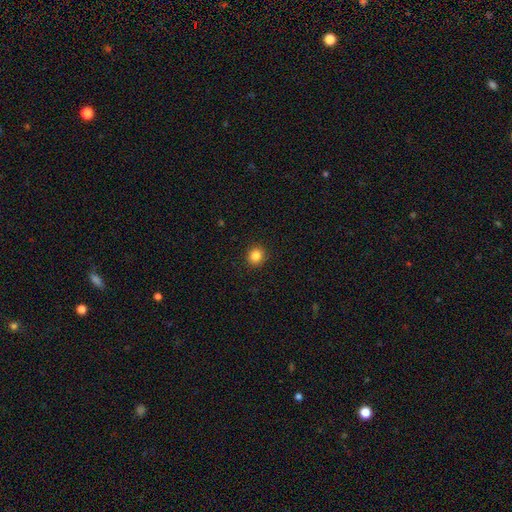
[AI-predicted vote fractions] This appears to be a smooth galaxy with no disk features (84%) that is round (90%). Merging: none (92%).